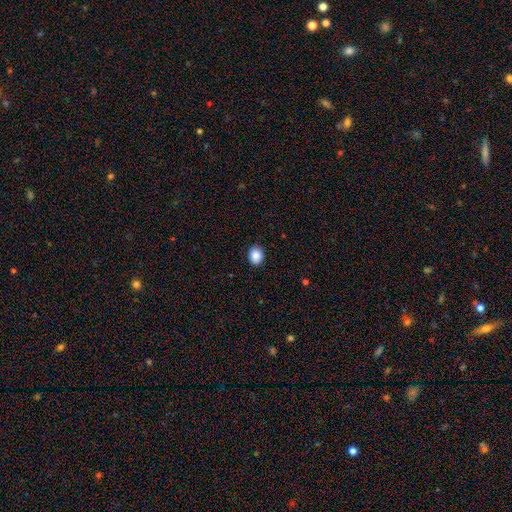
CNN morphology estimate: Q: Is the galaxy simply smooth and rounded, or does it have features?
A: smooth — 87%.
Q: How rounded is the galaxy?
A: round — 52%.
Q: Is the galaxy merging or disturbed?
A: none — 91%.